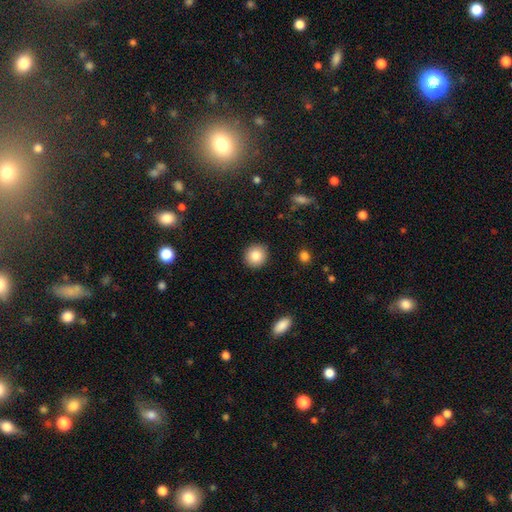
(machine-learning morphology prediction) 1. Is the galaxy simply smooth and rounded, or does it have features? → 85% smooth, 8% star or artifact, 7% featured or disk.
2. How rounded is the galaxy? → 89% round, 10% in between, 1% cigar-shaped.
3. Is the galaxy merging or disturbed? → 91% none, 6% minor disturbance, 2% major disturbance, 1% merger.